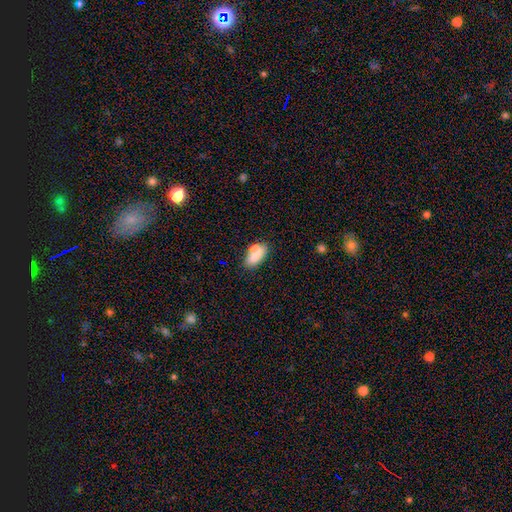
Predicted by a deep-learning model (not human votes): Smooth or featured? Predicted: smooth (p=0.74). How rounded? Predicted: in between (p=0.85). Merging? Predicted: none (p=0.54).